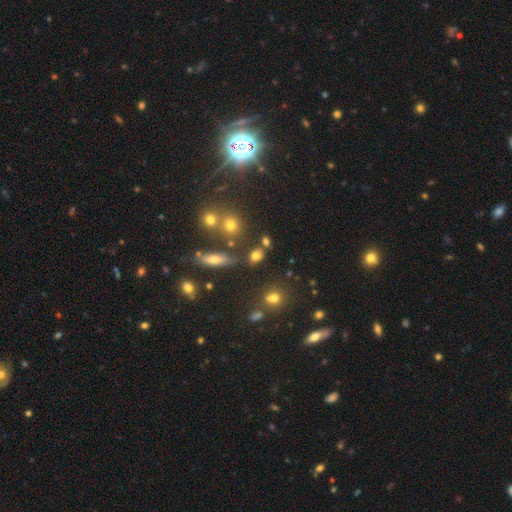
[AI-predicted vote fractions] A smooth galaxy with no disk features (70%) that is in between round and cigar-shaped (63%). Merging: none (64%).